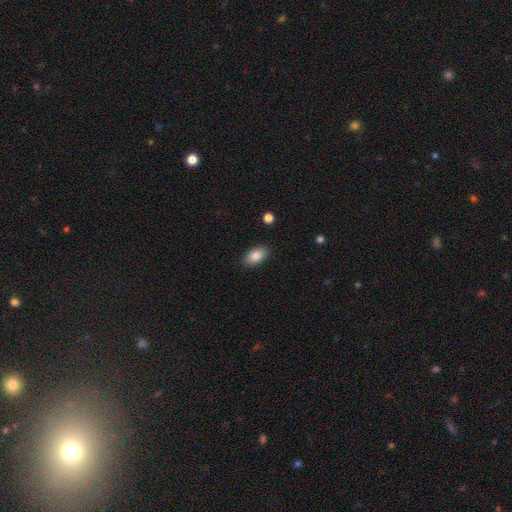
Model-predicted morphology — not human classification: The model was most divided on "smooth or featured": smooth: 87%, star or artifact: 7%, featured or disk: 6%. More confident: how rounded — in between (92%); merging — none (88%).